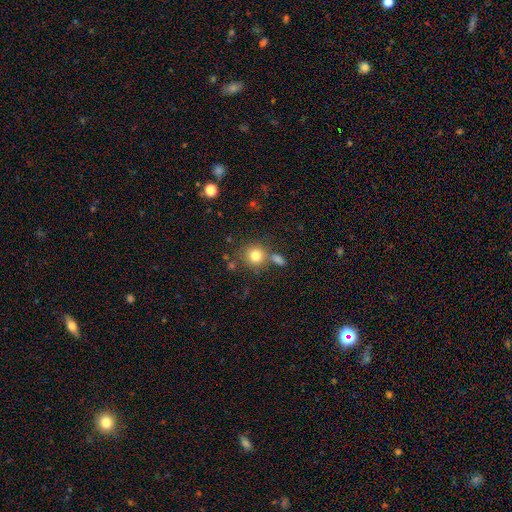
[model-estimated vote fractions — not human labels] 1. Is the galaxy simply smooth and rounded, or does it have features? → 79% smooth, 12% star or artifact, 9% featured or disk.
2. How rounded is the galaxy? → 89% round, 10% in between, 1% cigar-shaped.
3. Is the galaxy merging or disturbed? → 69% none, 16% merger, 11% minor disturbance, 4% major disturbance.